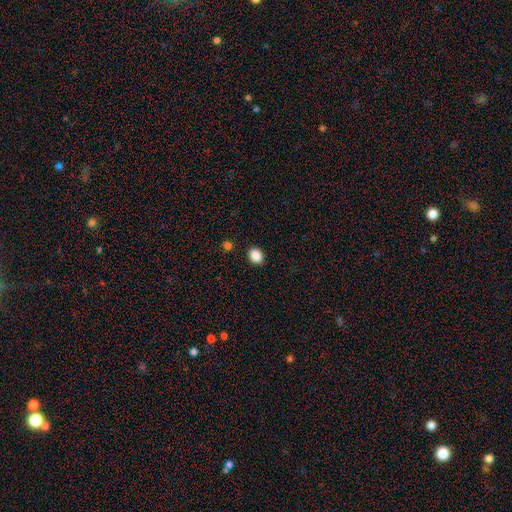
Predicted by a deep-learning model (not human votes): smooth 88%, star or artifact 9%, featured or disk 3%. Down the decision tree: how rounded — in between (55%); merging — none (89%).